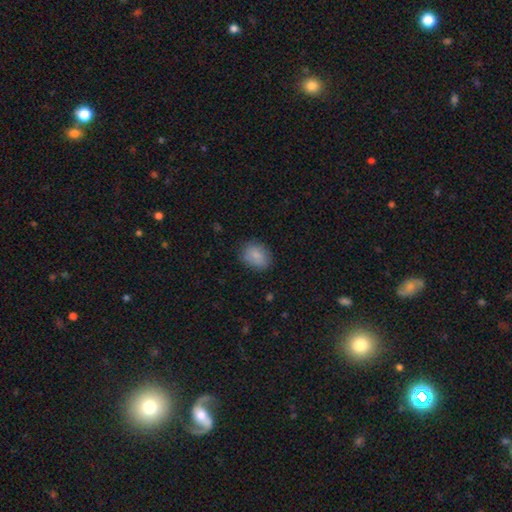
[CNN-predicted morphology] smooth-or-featured: smooth: 83% | featured or disk: 9% | star or artifact: 8%
  how-rounded: in between: 57% | round: 42% | cigar-shaped: 1%
  merging: none: 80% | minor disturbance: 15% | major disturbance: 4% | merger: 1%